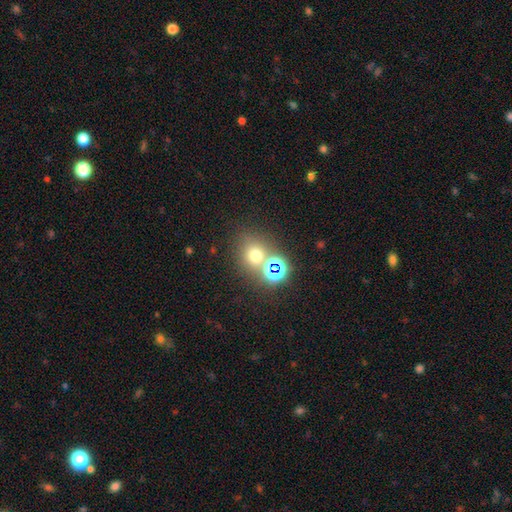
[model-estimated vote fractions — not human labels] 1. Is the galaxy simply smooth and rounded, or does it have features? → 62% smooth, 29% star or artifact, 9% featured or disk.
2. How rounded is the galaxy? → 81% round, 18% in between, 1% cigar-shaped.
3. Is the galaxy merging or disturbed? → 65% none, 22% merger, 9% minor disturbance, 4% major disturbance.